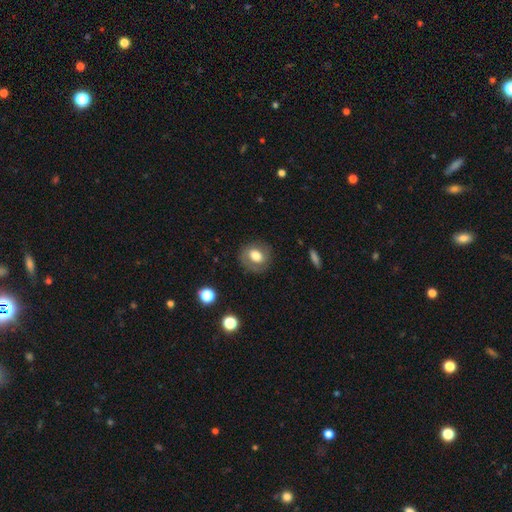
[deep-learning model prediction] The model was most divided on "how rounded": round: 61%, in between: 38%, cigar-shaped: 1%. More confident: merging — none (79%); smooth or featured — smooth (66%).